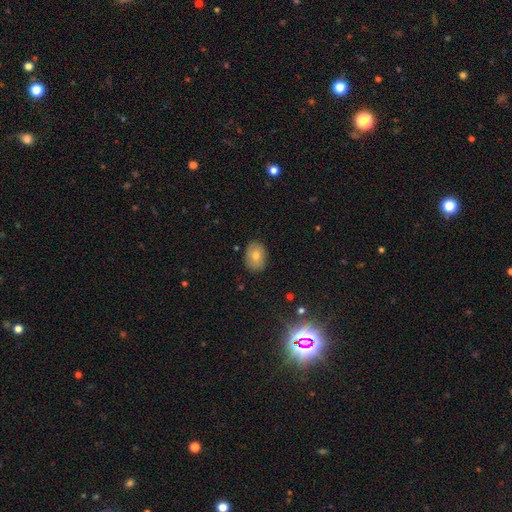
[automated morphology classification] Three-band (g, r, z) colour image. It shows a smooth galaxy with no disk features (68%) that is in between round and cigar-shaped (72%). Merging: none (85%).